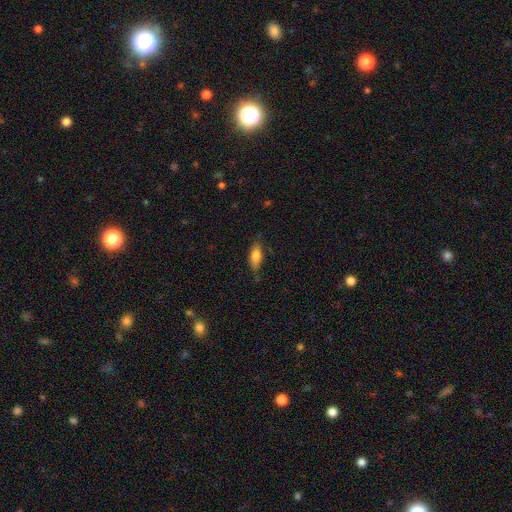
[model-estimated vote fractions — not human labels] smooth 75%, featured or disk 18%, star or artifact 7%. Down the decision tree: how rounded — in between (73%); merging — none (72%).